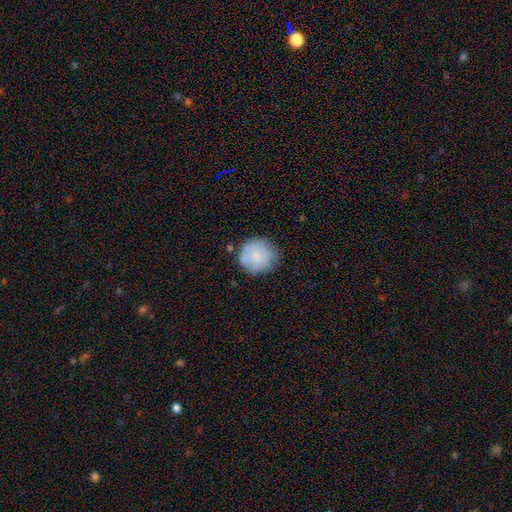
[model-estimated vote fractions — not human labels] This appears to be a smooth galaxy with no disk features (80%) that is round (93%). Merging: none (77%).